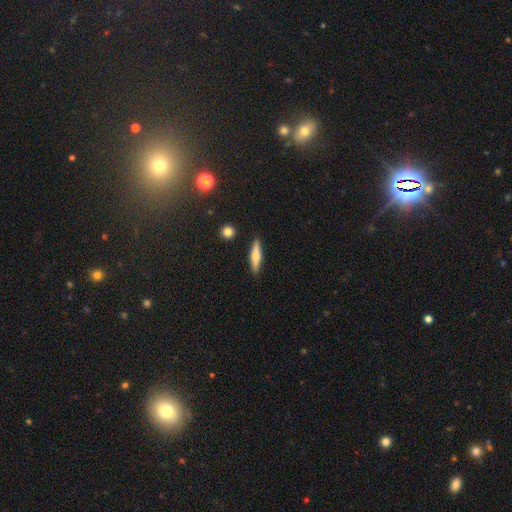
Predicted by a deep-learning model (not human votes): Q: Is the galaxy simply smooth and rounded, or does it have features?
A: smooth — 56%.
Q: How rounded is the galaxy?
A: cigar-shaped — 80%.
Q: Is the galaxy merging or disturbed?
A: none — 88%.